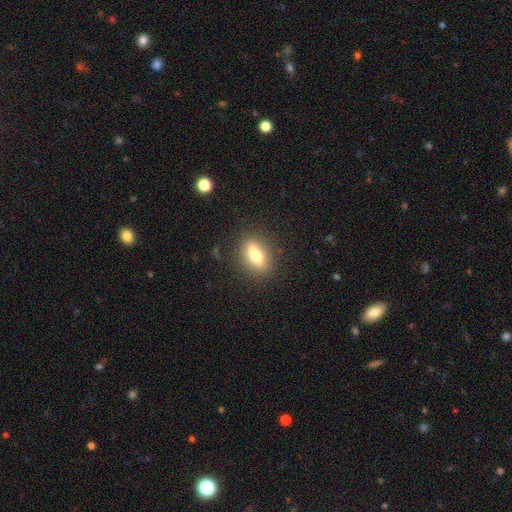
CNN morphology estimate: This is likely a smooth galaxy (65%). How rounded: likely in between (72%). Merging: likely none (72%).